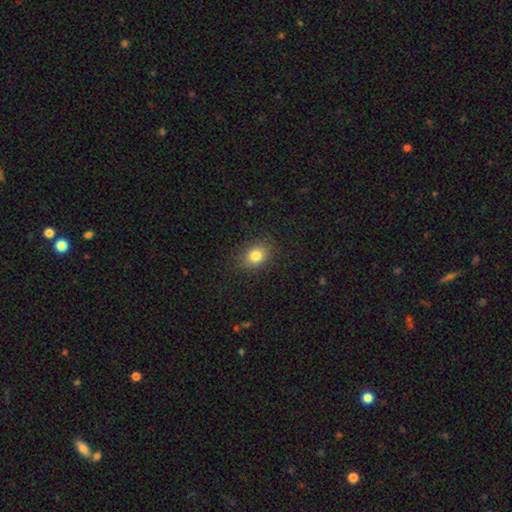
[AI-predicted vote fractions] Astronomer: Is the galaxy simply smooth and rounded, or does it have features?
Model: smooth — 82%.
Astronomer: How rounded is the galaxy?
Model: in between — 55% (runner-up: round, 44%).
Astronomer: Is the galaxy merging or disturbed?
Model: none — 86%.